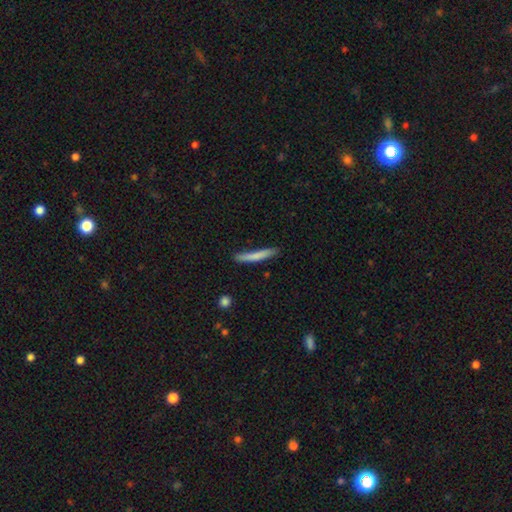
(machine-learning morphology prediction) Smooth or featured? smooth (76%)
How rounded? cigar-shaped (94%)
Merging? none (77%)